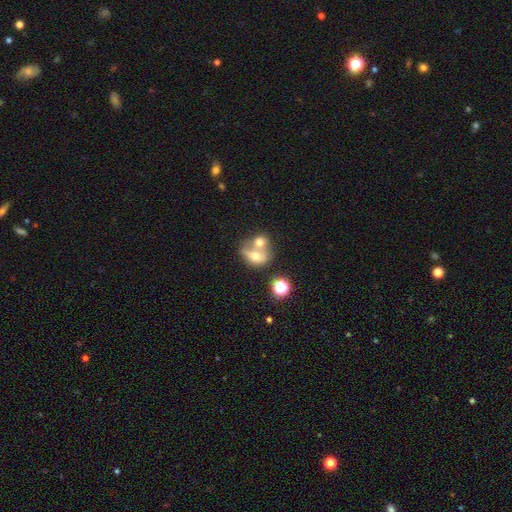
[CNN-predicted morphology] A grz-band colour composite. It shows a smooth galaxy with no disk features (61%) that is round (53%). Merging: merger (67%).